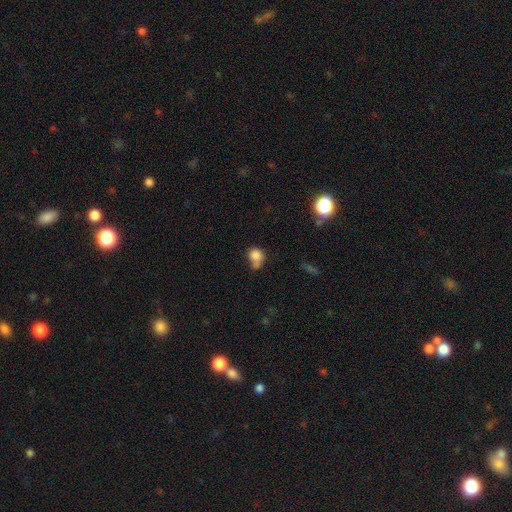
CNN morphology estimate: type=smooth (81%); roundness=round (71%); merging=none (37%).